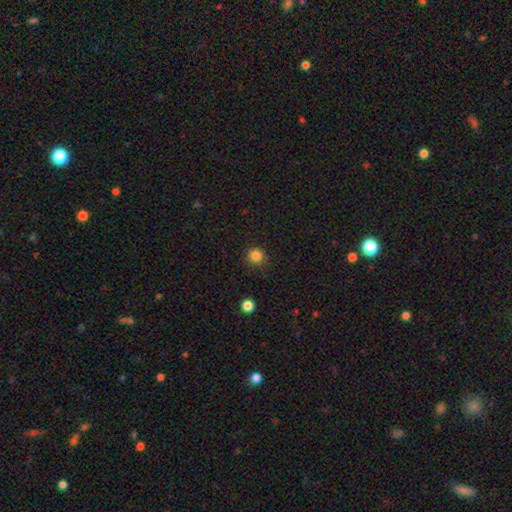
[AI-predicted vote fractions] A smooth galaxy with no disk features (84%) that is round (94%). Merging: none (87%).